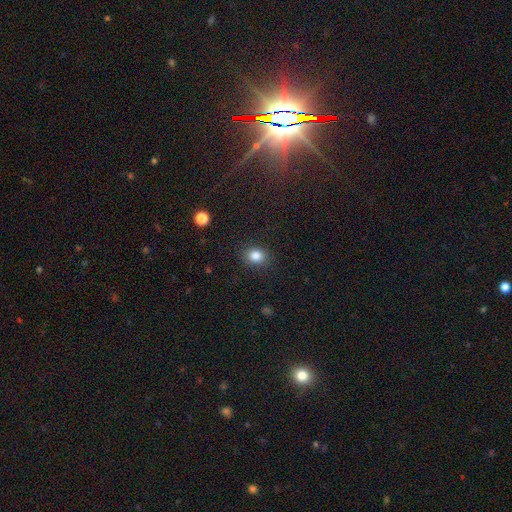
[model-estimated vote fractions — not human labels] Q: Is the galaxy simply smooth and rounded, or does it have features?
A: smooth — 84%.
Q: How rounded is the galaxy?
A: round — 59%.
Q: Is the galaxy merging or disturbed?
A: none — 87%.